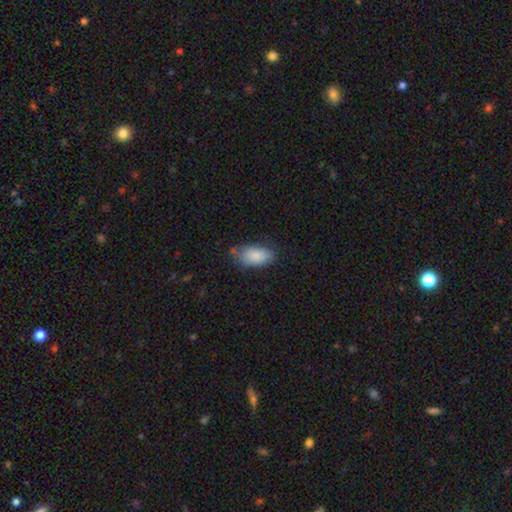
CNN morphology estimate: Smooth or featured? smooth (87%)
How rounded? in between (92%)
Merging? none (66%)